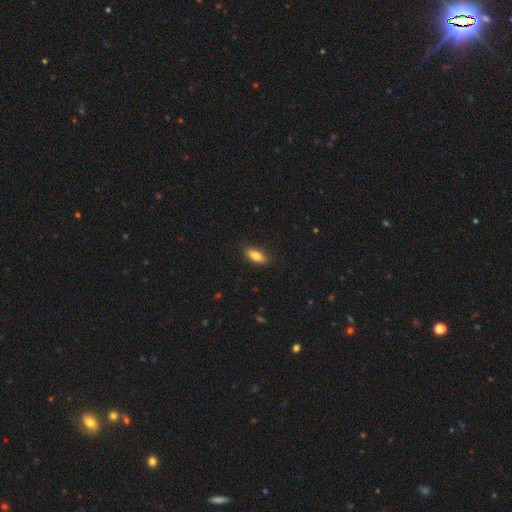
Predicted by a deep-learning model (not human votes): Smooth or featured? smooth (78%)
How rounded? in between (69%)
Merging? none (85%)